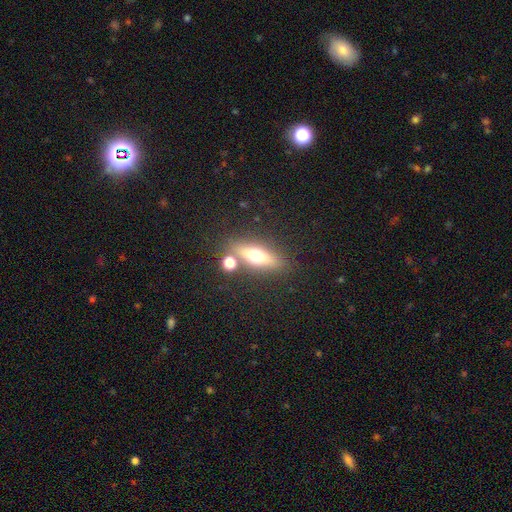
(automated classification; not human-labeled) smooth_or_featured: smooth (p=0.45) [alt: featured or disk p=0.43]
merging: none (p=0.77) [alt: minor disturbance p=0.10]